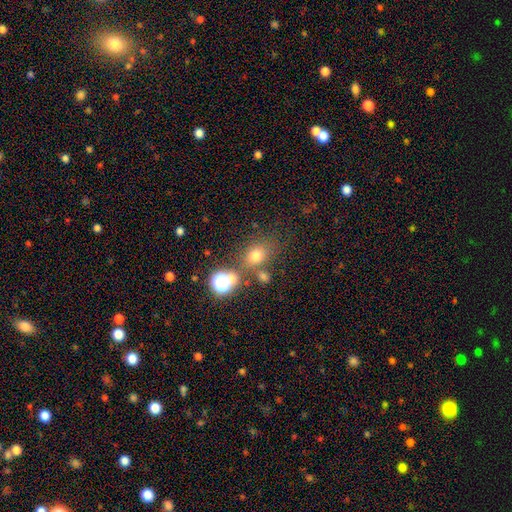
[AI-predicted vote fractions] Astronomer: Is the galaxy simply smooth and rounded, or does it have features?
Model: smooth — 69%.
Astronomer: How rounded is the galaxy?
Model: round — 58% (runner-up: in between, 40%).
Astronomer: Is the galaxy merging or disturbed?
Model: none — 65%.